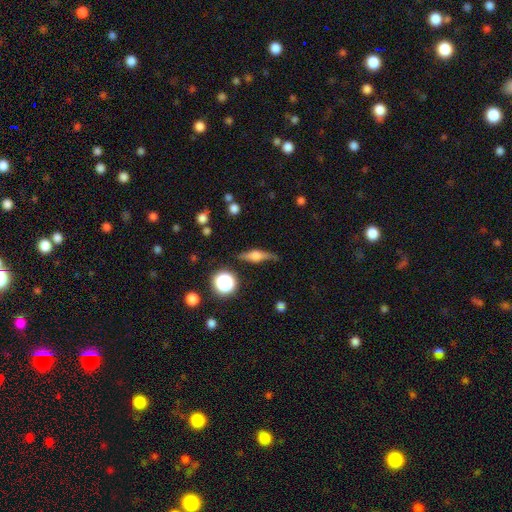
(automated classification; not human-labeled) Overall: featured or disk (55%; smooth 35%). Edge-on disk: yes (91%). Edge-on bulge: rounded (85%). Merging: none (78%).